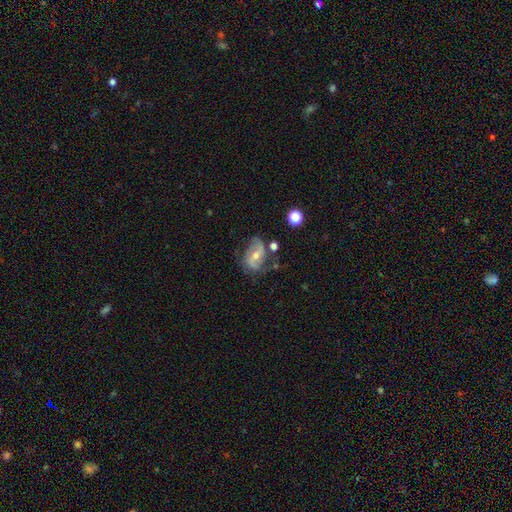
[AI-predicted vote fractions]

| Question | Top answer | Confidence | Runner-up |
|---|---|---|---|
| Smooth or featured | featured or disk | 74% | smooth (17%) |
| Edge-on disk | no | 96% | yes (4%) |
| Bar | no | 40% | weak (39%) |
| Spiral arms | yes | 88% | no (12%) |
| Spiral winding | medium | 41% | loose (34%) |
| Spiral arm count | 2 | 74% | can't tell (14%) |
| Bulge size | moderate | 53% | small (42%) |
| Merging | none | 57% | minor disturbance (24%) |